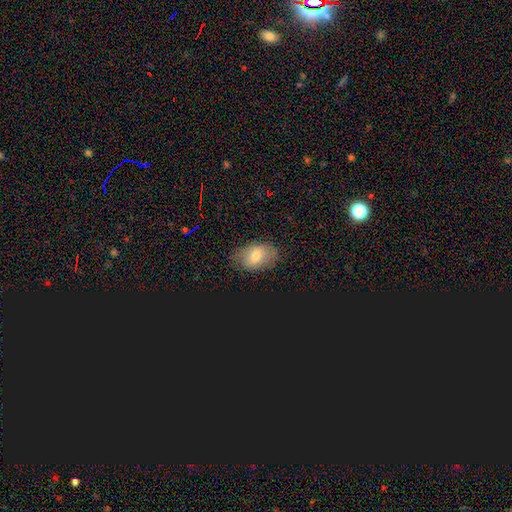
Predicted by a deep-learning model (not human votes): This is likely a smooth galaxy (66%). How rounded: clearly in between (88%). Merging: likely none (78%).